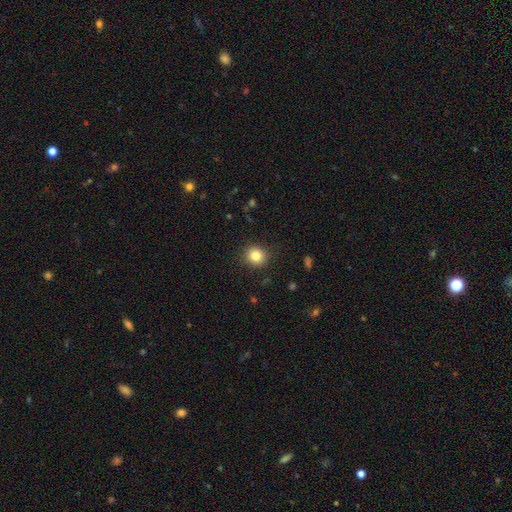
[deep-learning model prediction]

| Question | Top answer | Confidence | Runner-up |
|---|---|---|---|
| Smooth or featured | smooth | 83% | star or artifact (11%) |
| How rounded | round | 84% | in between (15%) |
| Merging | none | 89% | minor disturbance (7%) |